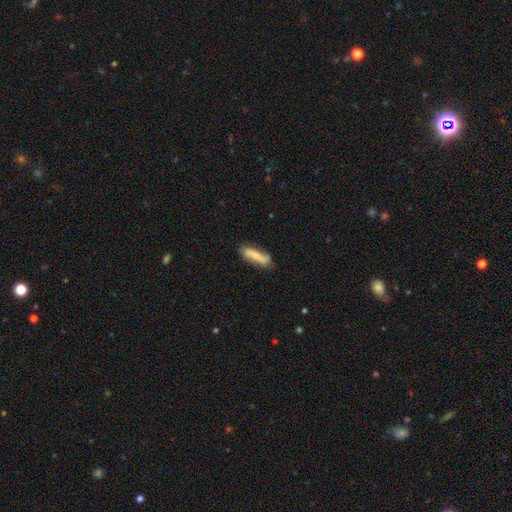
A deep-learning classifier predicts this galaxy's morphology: type=smooth (54%); roundness=cigar-shaped (57%); merging=none (74%).